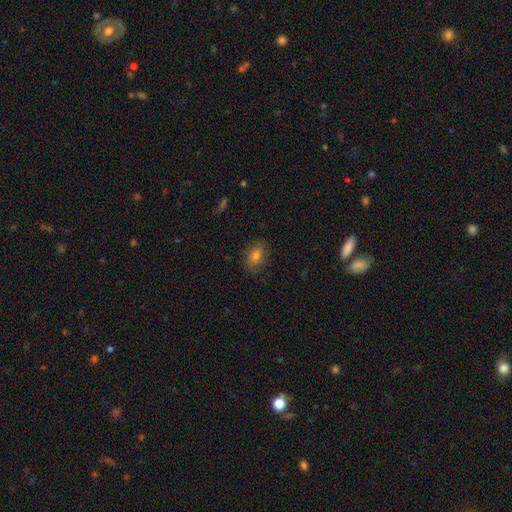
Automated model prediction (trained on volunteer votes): smooth-or-featured: smooth: 61% | featured or disk: 22% | star or artifact: 16%
  how-rounded: in between: 70% | round: 27% | cigar-shaped: 3%
  merging: none: 76% | minor disturbance: 17% | major disturbance: 5% | merger: 1%